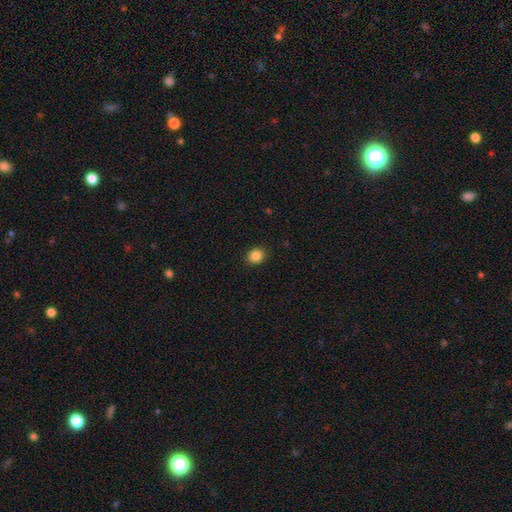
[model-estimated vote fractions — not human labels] A smooth galaxy with no disk features (87%) that is round (60%).

Vote fractions:
- Smooth or featured? smooth: 87% / star or artifact: 10% / featured or disk: 4%
- How rounded? round: 60% / in between: 39% / cigar-shaped: 1%
- Merging? none: 90% / minor disturbance: 7% / major disturbance: 2% / merger: 1%